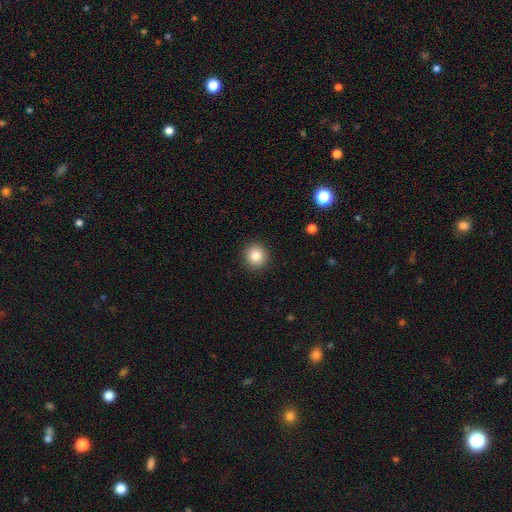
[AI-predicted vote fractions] A smooth galaxy with no disk features (85%) that is round (92%).

Vote fractions:
- Smooth or featured? smooth: 85% / star or artifact: 10% / featured or disk: 5%
- How rounded? round: 92% / in between: 7% / cigar-shaped: 1%
- Merging? none: 92% / minor disturbance: 5% / major disturbance: 2% / merger: 1%